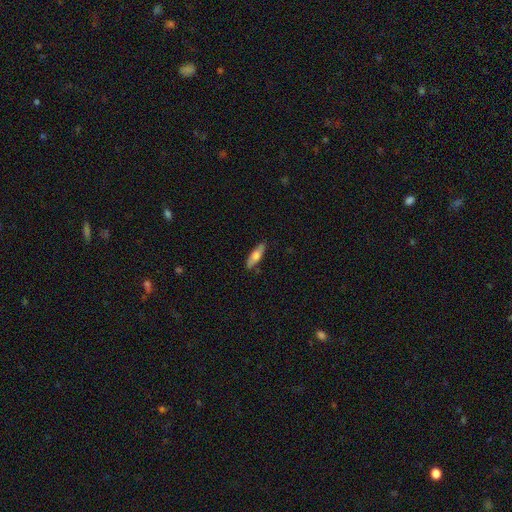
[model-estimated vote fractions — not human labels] Smooth or featured? Predicted: smooth (p=0.60). How rounded? Predicted: cigar-shaped (p=0.56). Merging? Predicted: none (p=0.85).